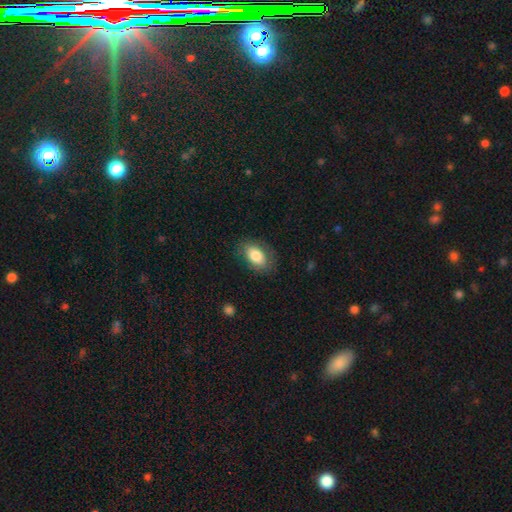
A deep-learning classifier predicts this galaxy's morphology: Q: Smooth or featured?
A: smooth (79%); runner-up: featured or disk (15%)
Q: How rounded?
A: in between (89%); runner-up: round (9%)
Q: Merging?
A: none (77%); runner-up: minor disturbance (16%)